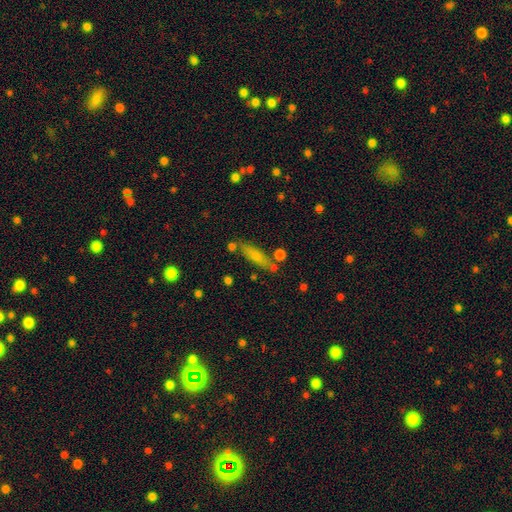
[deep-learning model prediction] Q: Smooth or featured?
A: smooth (70%); runner-up: featured or disk (21%)
Q: How rounded?
A: cigar-shaped (66%); runner-up: in between (31%)
Q: Merging?
A: none (69%); runner-up: minor disturbance (15%)